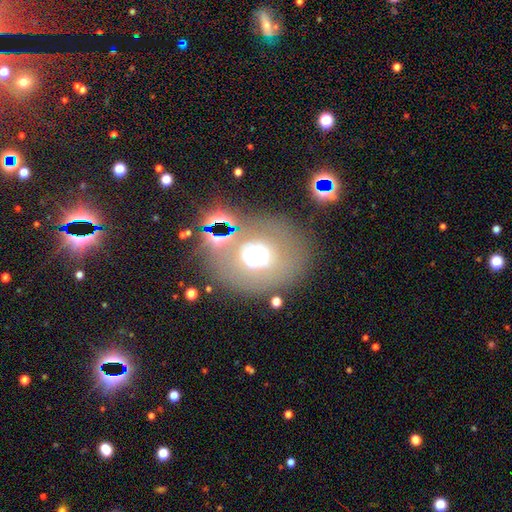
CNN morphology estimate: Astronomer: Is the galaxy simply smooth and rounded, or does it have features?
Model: smooth — 45% (runner-up: featured or disk, 40%).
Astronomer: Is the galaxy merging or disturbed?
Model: none — 64%.